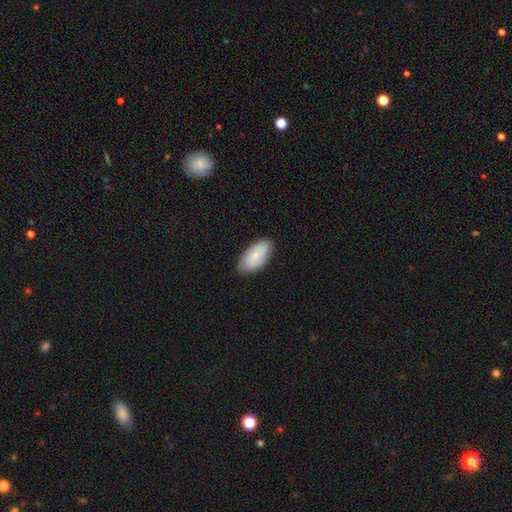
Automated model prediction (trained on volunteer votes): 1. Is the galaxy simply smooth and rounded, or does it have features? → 75% smooth, 19% featured or disk, 6% star or artifact.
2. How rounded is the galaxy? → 94% in between, 4% cigar-shaped, 2% round.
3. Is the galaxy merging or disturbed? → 81% none, 16% minor disturbance, 2% major disturbance, 1% merger.